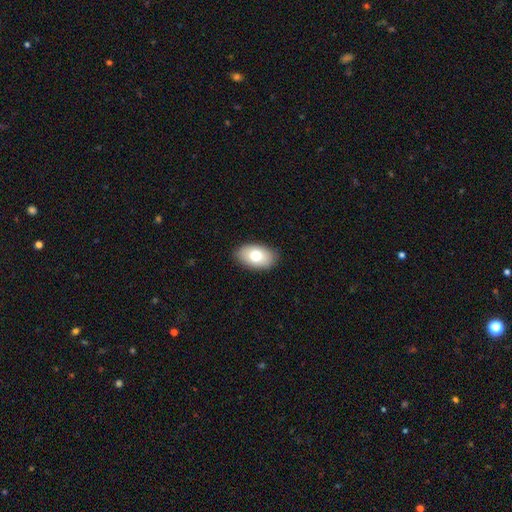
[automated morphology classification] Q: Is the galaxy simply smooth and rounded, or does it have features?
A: smooth — 74%.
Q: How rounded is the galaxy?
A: in between — 91%.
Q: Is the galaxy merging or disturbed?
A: none — 88%.